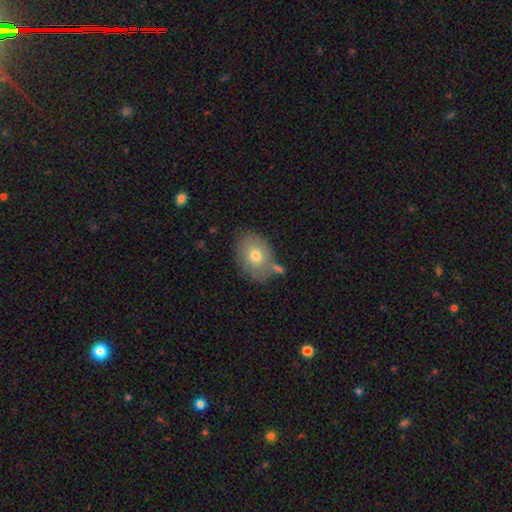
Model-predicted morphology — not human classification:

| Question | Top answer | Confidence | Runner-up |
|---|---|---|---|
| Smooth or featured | smooth | 71% | featured or disk (21%) |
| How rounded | in between | 71% | round (28%) |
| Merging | none | 66% | minor disturbance (18%) |